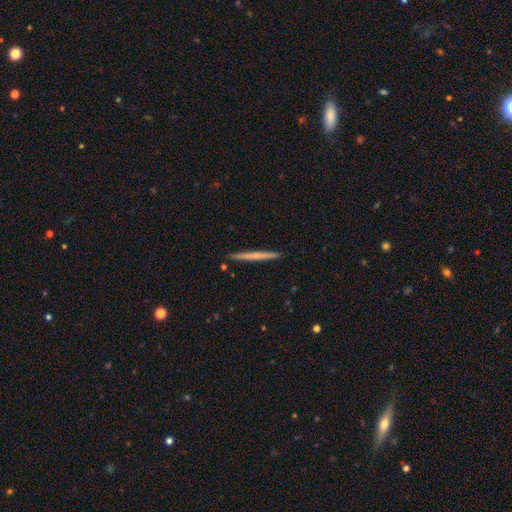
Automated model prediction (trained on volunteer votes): smooth 55%, featured or disk 39%, star or artifact 5%. Down the decision tree: how rounded — cigar-shaped (97%); merging — none (93%).